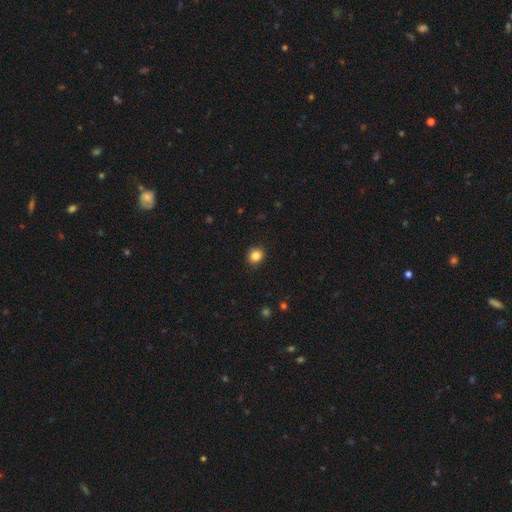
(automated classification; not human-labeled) smooth 85%, star or artifact 11%, featured or disk 5%. Down the decision tree: how rounded — round (81%); merging — none (91%).